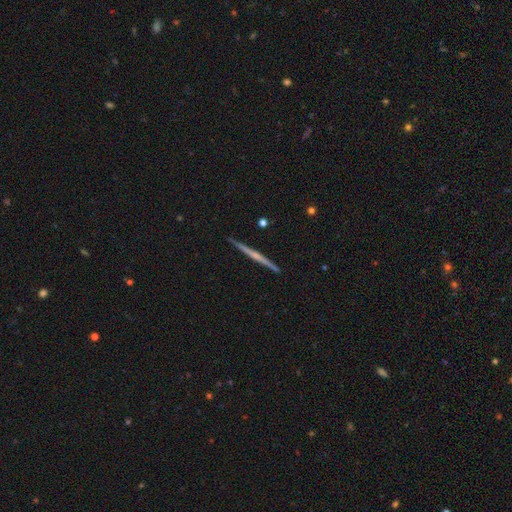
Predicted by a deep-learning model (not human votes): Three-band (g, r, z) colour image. It shows a featured or disk galaxy (72%) viewed edge-on (98%) with no central bulge (53%). Merging: none (93%).